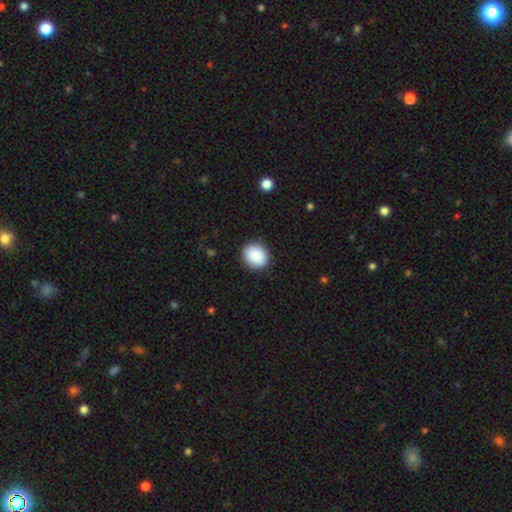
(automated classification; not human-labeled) This appears to be a smooth galaxy with no disk features (90%) that is round (68%). Merging: none (90%).